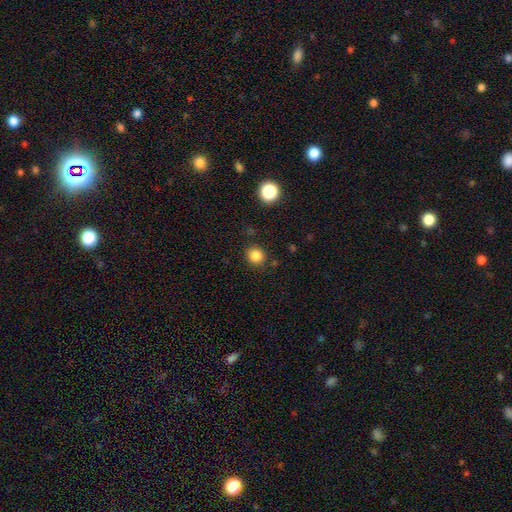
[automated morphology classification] This appears to be a smooth galaxy with no disk features (84%) that is round (87%). Merging: none (86%).